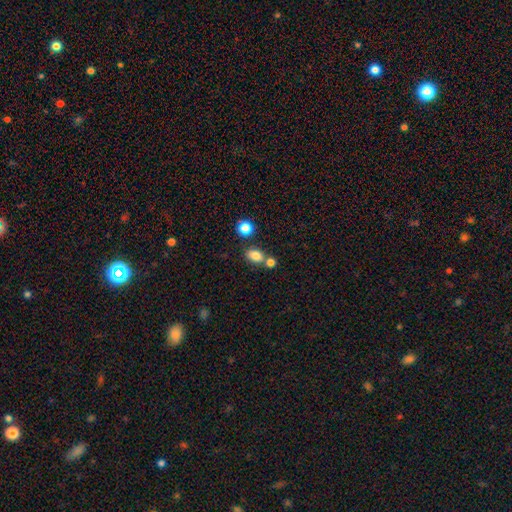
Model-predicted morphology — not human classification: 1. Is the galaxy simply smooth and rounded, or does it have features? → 81% smooth, 12% star or artifact, 7% featured or disk.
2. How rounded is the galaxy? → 73% in between, 26% round, 2% cigar-shaped.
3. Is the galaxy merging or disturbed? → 60% none, 26% merger, 11% minor disturbance, 4% major disturbance.